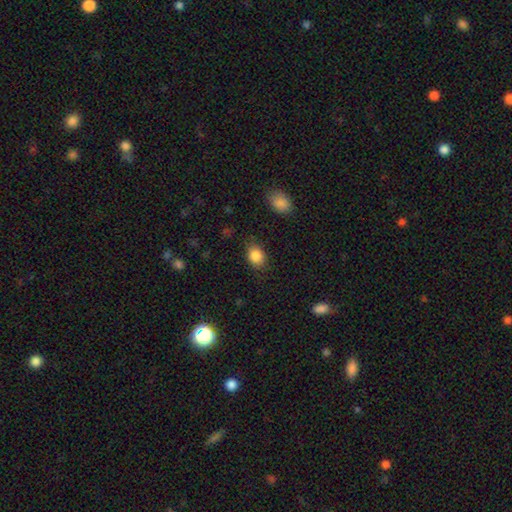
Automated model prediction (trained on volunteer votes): This is clearly a smooth galaxy (85%). How rounded: likely in between (69%). Merging: clearly none (81%).